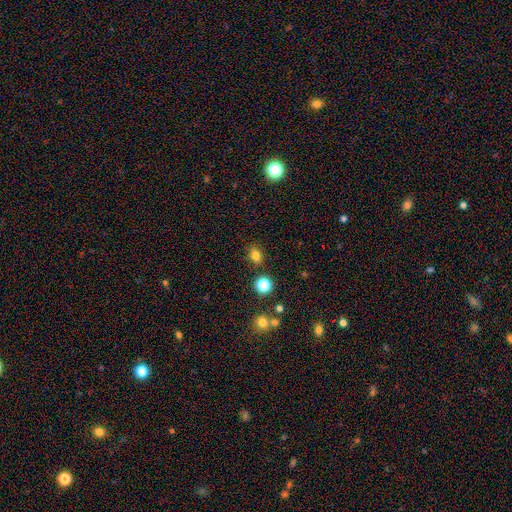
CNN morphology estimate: Smooth or featured: smooth — 78% (star or artifact — 16%)
How rounded: in between — 51% (round — 48%)
Merging: none — 82% (minor disturbance — 10%)